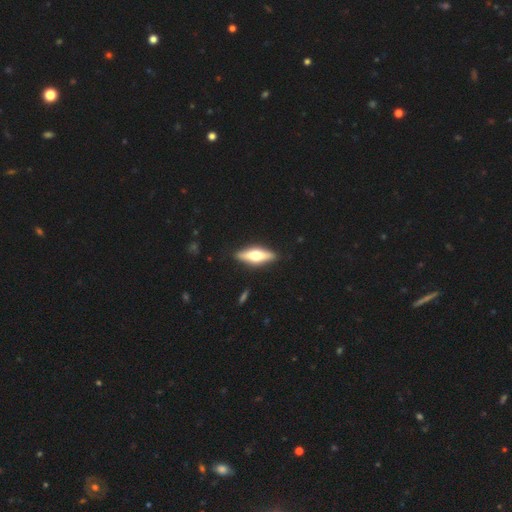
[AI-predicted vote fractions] featured or disk 53%, smooth 42%, star or artifact 6%. Down the decision tree: edge-on disk — yes (91%); merging — none (89%).